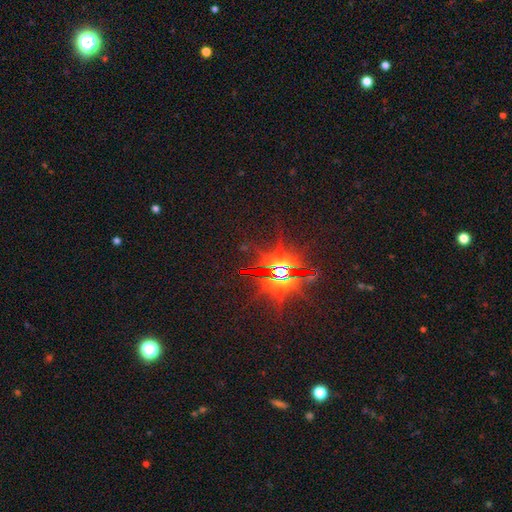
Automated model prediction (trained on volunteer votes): Morphology: type=star or artifact (82%).